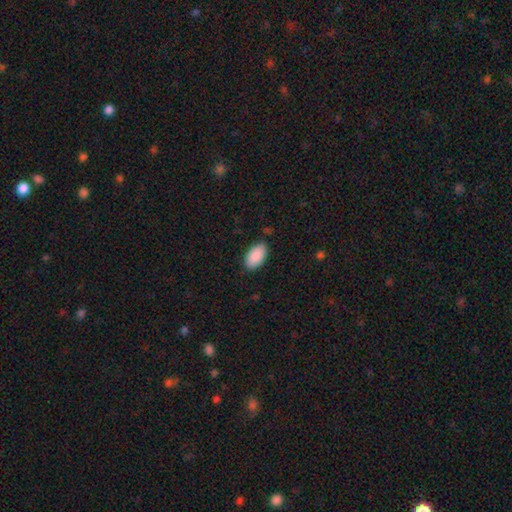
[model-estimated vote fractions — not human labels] Smooth or featured?
  - smooth: 91% *
  - star or artifact: 6%
  - featured or disk: 3%
How rounded?
  - in between: 96% *
  - round: 3%
  - cigar-shaped: 2%
Merging?
  - none: 86% *
  - minor disturbance: 10%
  - major disturbance: 2%
  - merger: 1%